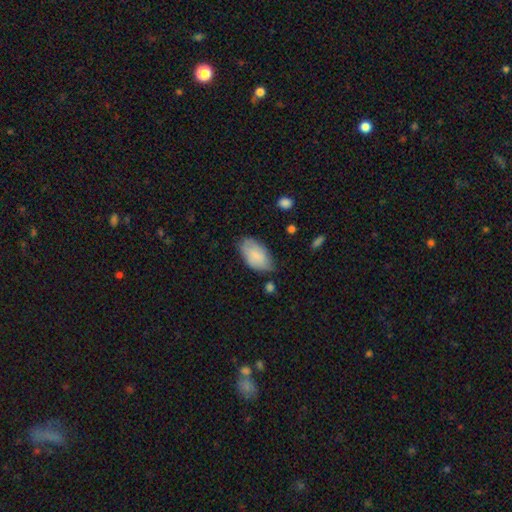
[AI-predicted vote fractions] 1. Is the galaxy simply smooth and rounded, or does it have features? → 78% smooth, 15% featured or disk, 6% star or artifact.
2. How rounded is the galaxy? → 94% in between, 4% round, 2% cigar-shaped.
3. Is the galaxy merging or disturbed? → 59% none, 32% minor disturbance, 6% major disturbance, 3% merger.